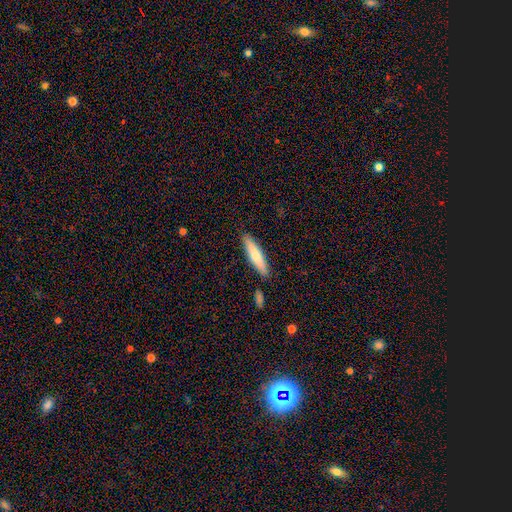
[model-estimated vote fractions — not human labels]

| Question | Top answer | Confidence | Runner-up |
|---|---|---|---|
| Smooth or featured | smooth | 68% | featured or disk (27%) |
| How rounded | cigar-shaped | 80% | in between (18%) |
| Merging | none | 87% | minor disturbance (8%) |